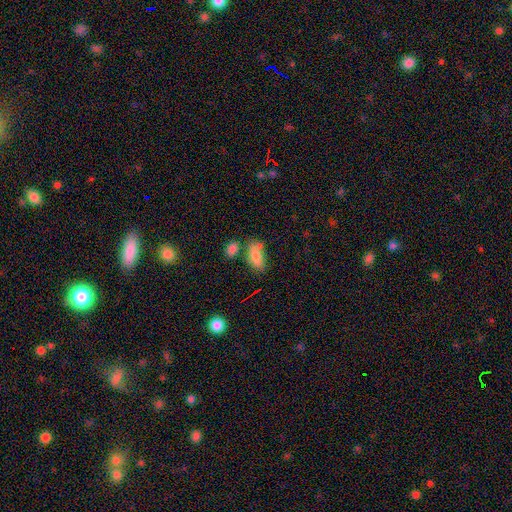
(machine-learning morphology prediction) This appears to be a smooth galaxy with no disk features (77%) that is in between round and cigar-shaped (88%). Merging: none (53%).